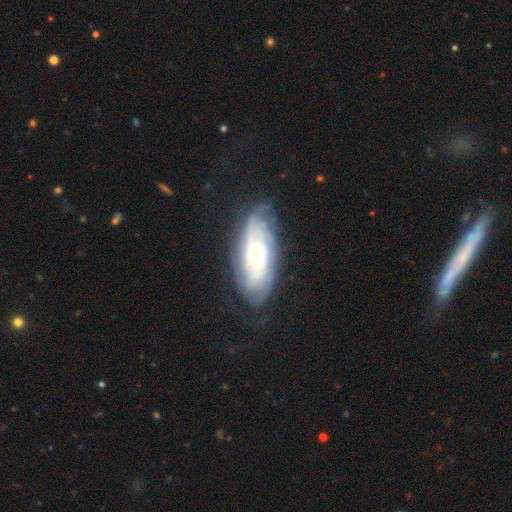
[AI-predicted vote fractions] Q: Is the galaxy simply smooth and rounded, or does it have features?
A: featured or disk — 73%.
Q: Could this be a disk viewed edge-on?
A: no — 88%.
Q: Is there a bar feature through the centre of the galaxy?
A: no — 76%.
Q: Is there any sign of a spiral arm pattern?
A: yes — 86%.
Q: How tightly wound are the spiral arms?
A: tight — 69%.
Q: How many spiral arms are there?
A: can't tell — 57%.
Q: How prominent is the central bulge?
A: moderate — 64%.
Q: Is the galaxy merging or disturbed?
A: none — 67%.